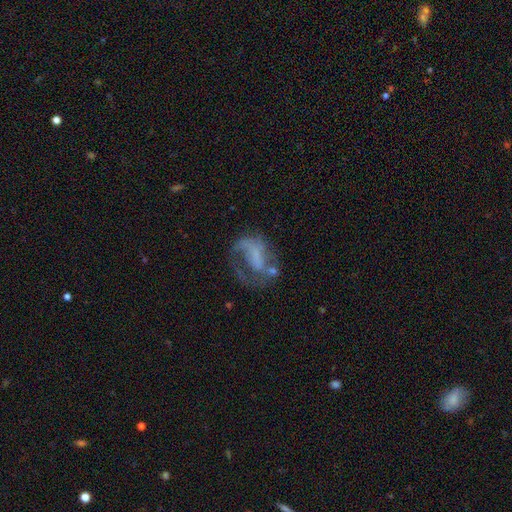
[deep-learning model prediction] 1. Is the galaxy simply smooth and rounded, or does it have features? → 64% featured or disk, 24% smooth, 12% star or artifact.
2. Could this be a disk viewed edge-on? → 97% no, 3% yes.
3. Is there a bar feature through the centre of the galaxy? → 53% no, 29% weak, 17% strong.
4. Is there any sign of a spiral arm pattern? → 64% yes, 36% no.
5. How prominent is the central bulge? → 65% none, 16% small, 11% moderate, 6% large, 2% dominant.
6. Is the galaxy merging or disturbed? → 41% major disturbance, 33% none, 18% minor disturbance, 8% merger.